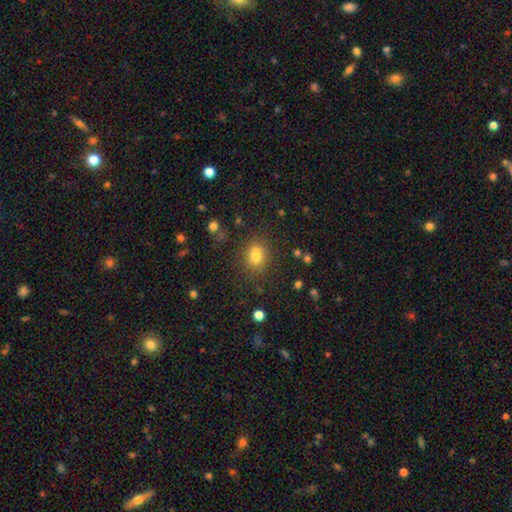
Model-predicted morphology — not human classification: Overall: smooth (75%). How rounded: round (52%; in between 47%). Merging: none (72%).